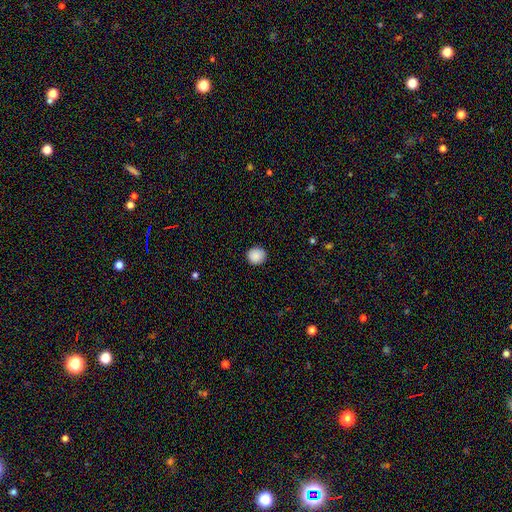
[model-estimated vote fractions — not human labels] Smooth or featured? Predicted: smooth (p=0.89). How rounded? Predicted: round (p=0.90). Merging? Predicted: none (p=0.91).